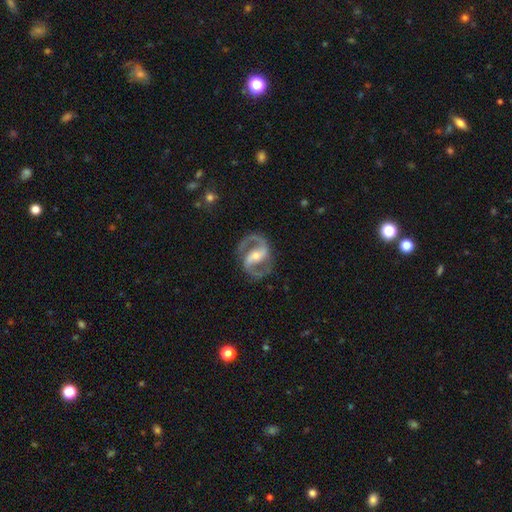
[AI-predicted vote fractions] This appears to be a featured or disk galaxy (92%) with a strong bar (50%), 2 (94%) medium (63%) spiral arms (98%) and a small central bulge (48%). Merging: none (83%).